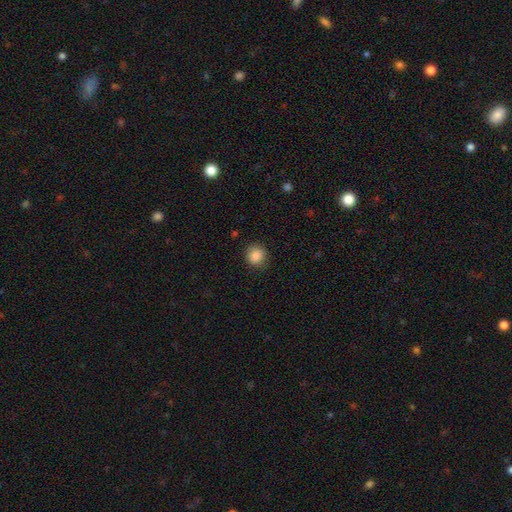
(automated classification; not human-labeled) Overall: smooth (88%). How rounded: round (86%). Merging: none (85%).